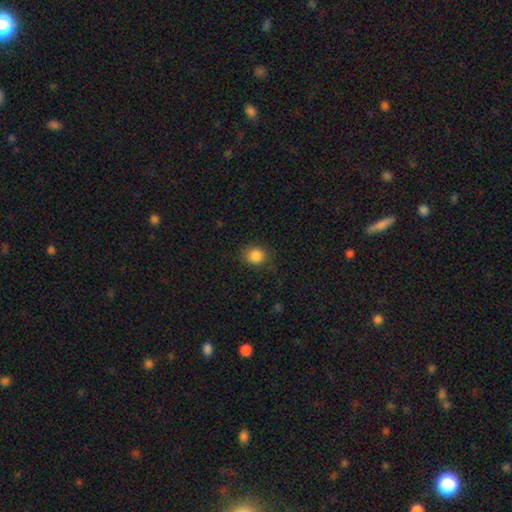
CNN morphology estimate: smooth-or-featured: smooth: 86% | star or artifact: 10% | featured or disk: 4%
  how-rounded: round: 79% | in between: 20% | cigar-shaped: 1%
  merging: none: 82% | minor disturbance: 13% | major disturbance: 4% | merger: 1%